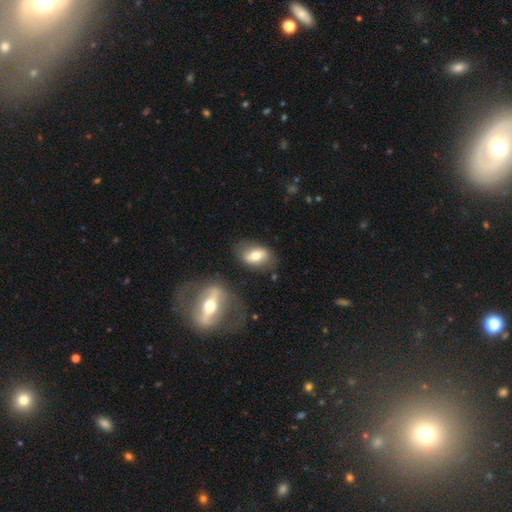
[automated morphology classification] Smooth or featured: smooth — 60% (featured or disk — 33%)
How rounded: in between — 86% (round — 11%)
Merging: none — 72% (minor disturbance — 16%)